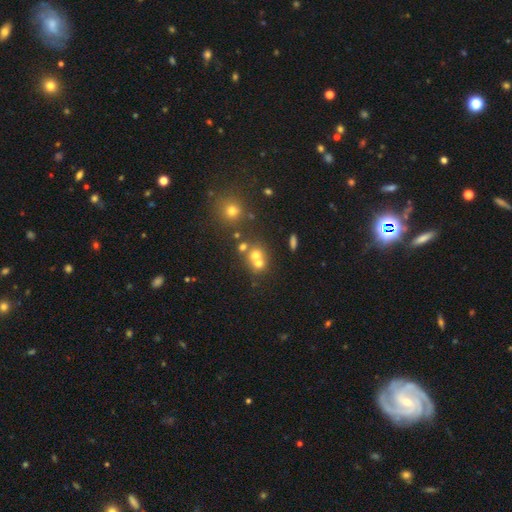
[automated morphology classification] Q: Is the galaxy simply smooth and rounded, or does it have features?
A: smooth — 61%.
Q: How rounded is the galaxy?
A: round — 78%.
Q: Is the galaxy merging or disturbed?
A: merger — 49%.